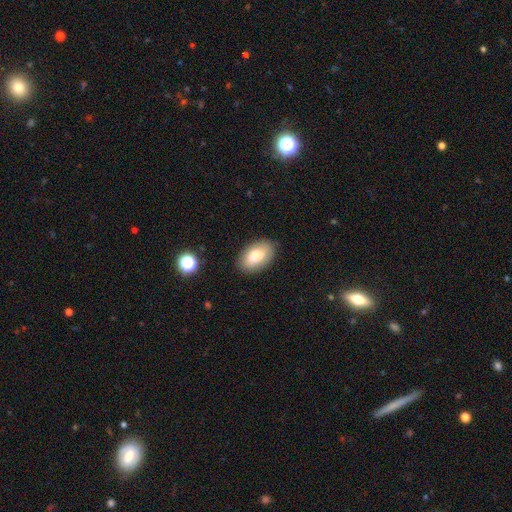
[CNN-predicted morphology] A smooth galaxy with no disk features (82%) that is in between round and cigar-shaped (93%).

Vote fractions:
- Smooth or featured? smooth: 82% / featured or disk: 11% / star or artifact: 7%
- How rounded? in between: 93% / round: 6% / cigar-shaped: 1%
- Merging? none: 85% / minor disturbance: 11% / major disturbance: 3% / merger: 1%